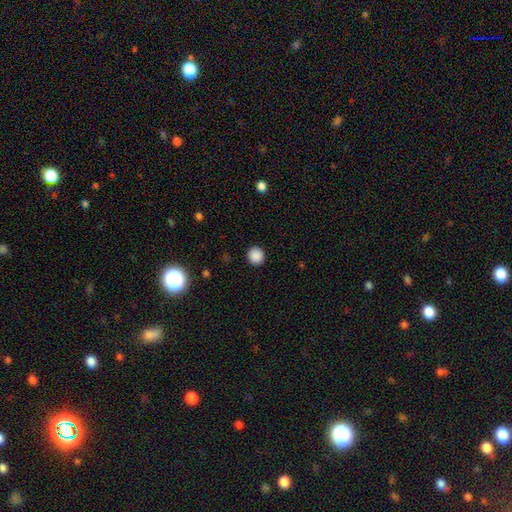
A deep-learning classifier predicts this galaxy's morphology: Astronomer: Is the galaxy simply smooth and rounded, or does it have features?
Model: smooth — 87%.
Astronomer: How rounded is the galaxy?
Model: round — 92%.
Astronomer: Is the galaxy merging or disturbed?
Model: none — 92%.